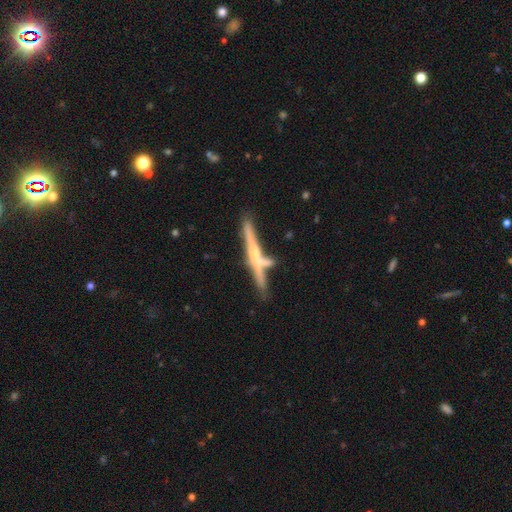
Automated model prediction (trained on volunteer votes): Morphology: type=featured or disk (64%); edge-on=yes (94%); edge-on bulge=rounded (60%); merging=none (55%).